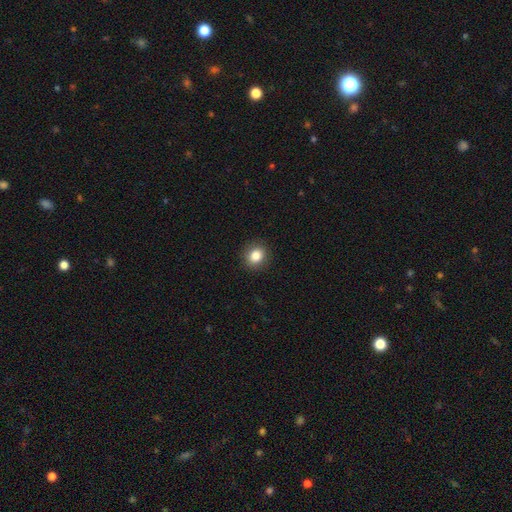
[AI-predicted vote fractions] Smooth or featured? smooth (84%)
How rounded? round (74%)
Merging? none (90%)